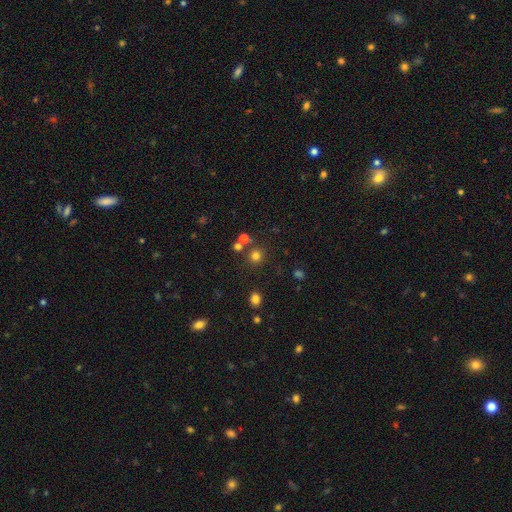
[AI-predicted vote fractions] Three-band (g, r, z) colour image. It shows a smooth galaxy with no disk features (75%) that is round (90%). Merging: none (75%).